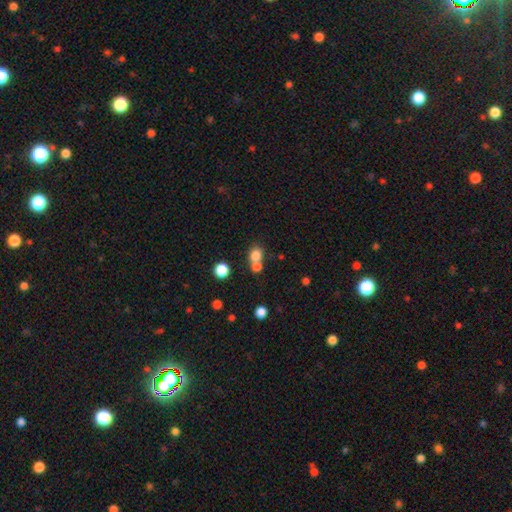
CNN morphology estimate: smooth-or-featured: smooth: 78% | star or artifact: 13% | featured or disk: 9%
  how-rounded: round: 74% | in between: 25% | cigar-shaped: 1%
  merging: none: 45% (tied) | merger: 45% (tied) | minor disturbance: 7% | major disturbance: 3%